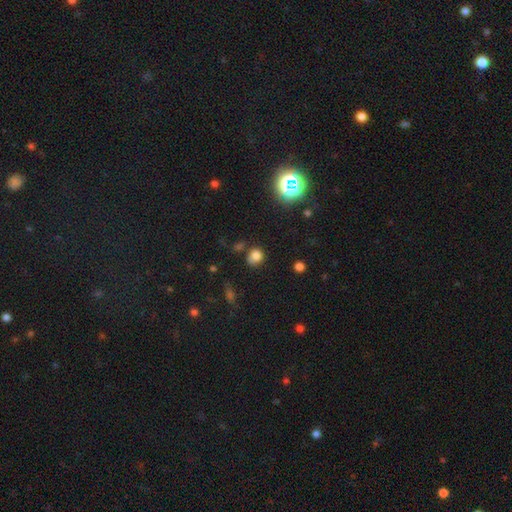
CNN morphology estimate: A smooth galaxy with no disk features (77%) that is round (74%). Merging: none (64%).